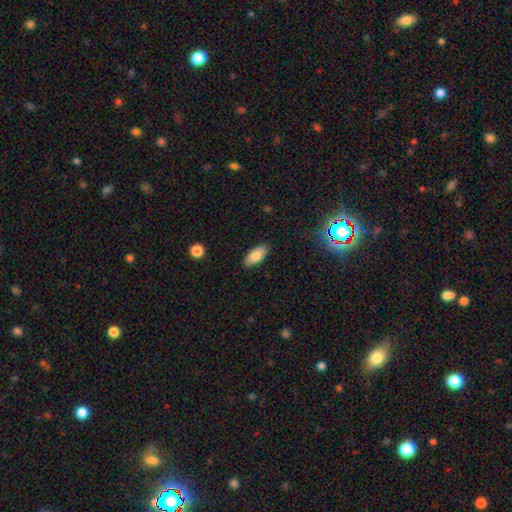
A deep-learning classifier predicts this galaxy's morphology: type=smooth (82%); roundness=in between (88%); merging=none (88%).